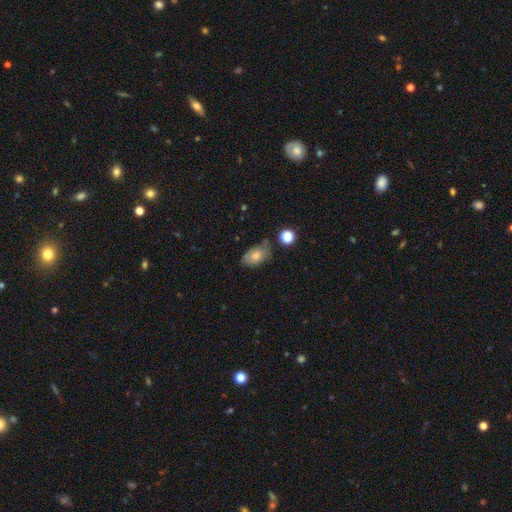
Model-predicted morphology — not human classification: Smooth or featured?
  - smooth: 70% *
  - featured or disk: 20%
  - star or artifact: 10%
How rounded?
  - in between: 86% *
  - round: 13%
  - cigar-shaped: 2%
Merging?
  - none: 55% *
  - minor disturbance: 31%
  - major disturbance: 9%
  - merger: 5%